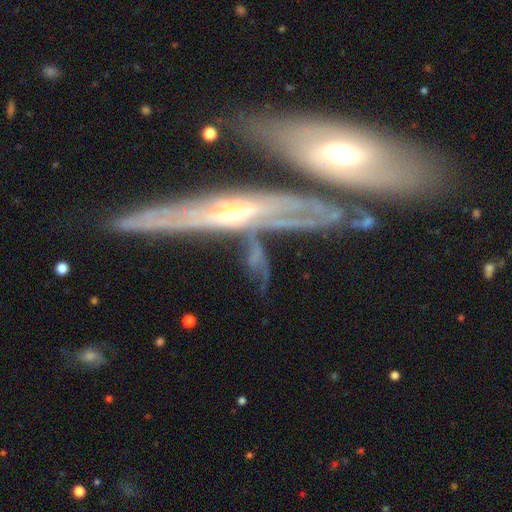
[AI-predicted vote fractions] Smooth or featured? Predicted: featured or disk (p=0.76). Edge-on disk? Predicted: yes (p=0.71). Edge-on bulge? Predicted: rounded (p=0.80). Merging? Predicted: none (p=0.62).